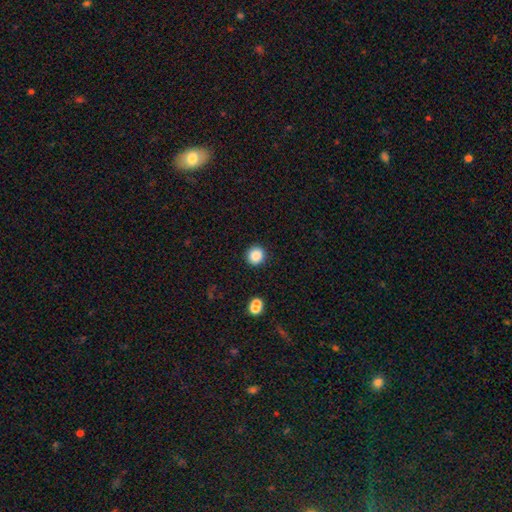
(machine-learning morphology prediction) The model was most divided on "smooth or featured": smooth: 86%, star or artifact: 10%, featured or disk: 3%. More confident: how rounded — round (91%); merging — none (91%).